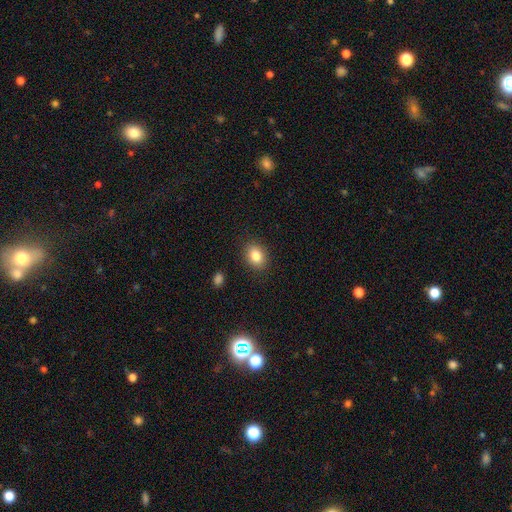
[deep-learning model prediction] This is clearly a smooth galaxy (83%). How rounded: possibly in between (56%). Merging: clearly none (88%).